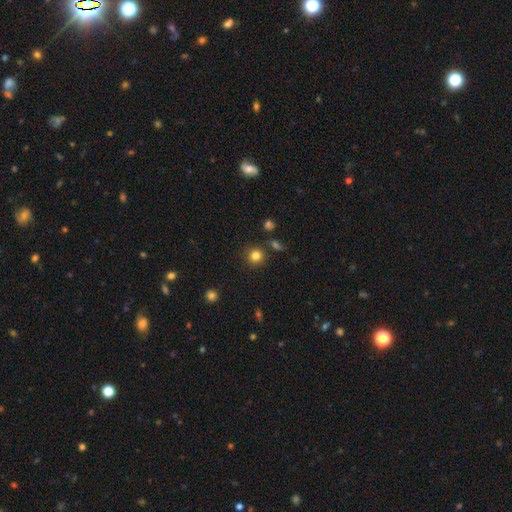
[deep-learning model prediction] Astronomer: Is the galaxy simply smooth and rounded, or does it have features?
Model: smooth — 83%.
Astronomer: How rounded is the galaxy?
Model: round — 92%.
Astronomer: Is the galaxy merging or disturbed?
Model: none — 84%.